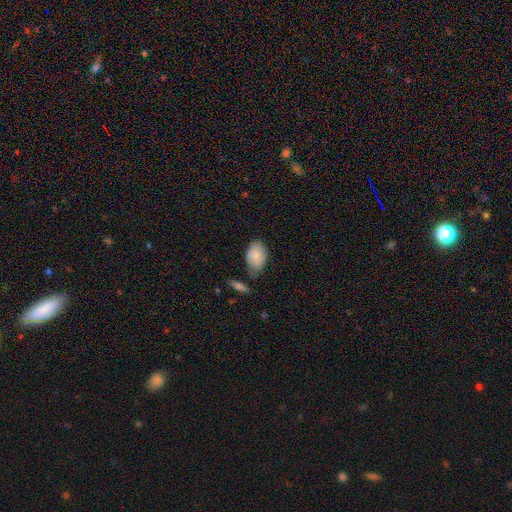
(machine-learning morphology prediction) This appears to be a smooth galaxy with no disk features (84%) that is in between round and cigar-shaped (92%). Merging: none (59%).